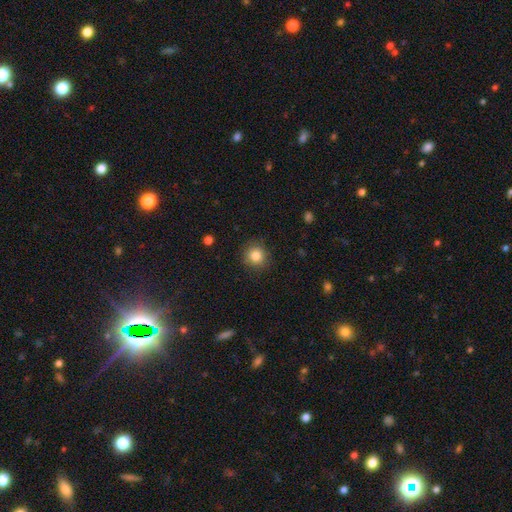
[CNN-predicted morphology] Smooth or featured: smooth — 84% (star or artifact — 10%)
How rounded: round — 90% (in between — 9%)
Merging: none — 86% (minor disturbance — 10%)